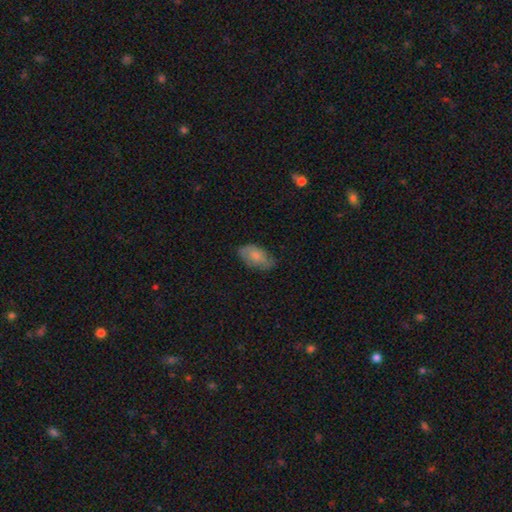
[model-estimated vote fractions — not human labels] A smooth galaxy with no disk features (67%) that is in between round and cigar-shaped (93%).

Vote fractions:
- Smooth or featured? smooth: 67% / featured or disk: 26% / star or artifact: 7%
- How rounded? in between: 93% / round: 5% / cigar-shaped: 2%
- Merging? none: 72% / minor disturbance: 22% / major disturbance: 5% / merger: 1%